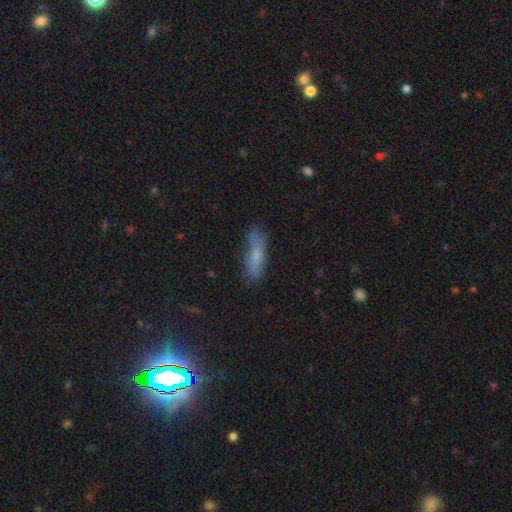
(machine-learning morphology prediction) This appears to be a smooth galaxy with no disk features (72%) that is cigar-shaped (57%). Merging: none (68%).